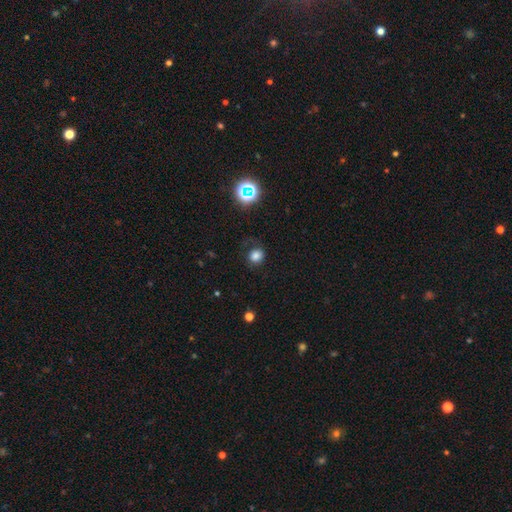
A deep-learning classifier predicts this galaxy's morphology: Smooth or featured? Predicted: smooth (p=0.77). How rounded? Predicted: round (p=0.79). Merging? Predicted: none (p=0.72).